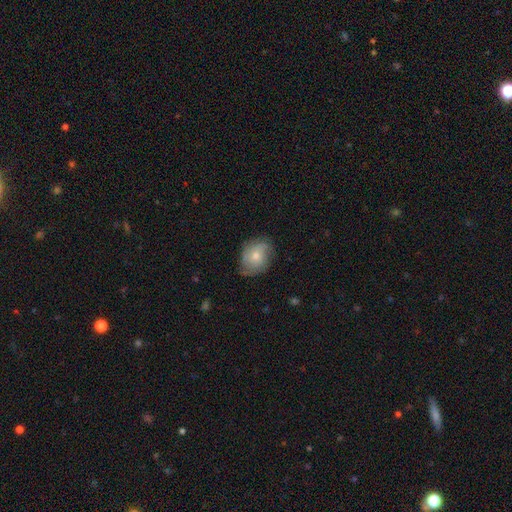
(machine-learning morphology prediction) smooth 63%, featured or disk 30%, star or artifact 7%. Down the decision tree: how rounded — in between (58%); merging — none (64%).